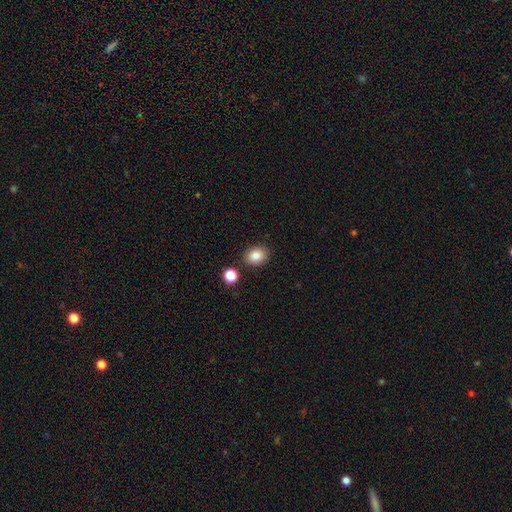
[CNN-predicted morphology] smooth-or-featured: smooth: 84% | star or artifact: 10% | featured or disk: 6%
  how-rounded: in between: 54% | round: 45% | cigar-shaped: 1%
  merging: none: 84% | minor disturbance: 9% | merger: 4% | major disturbance: 2%